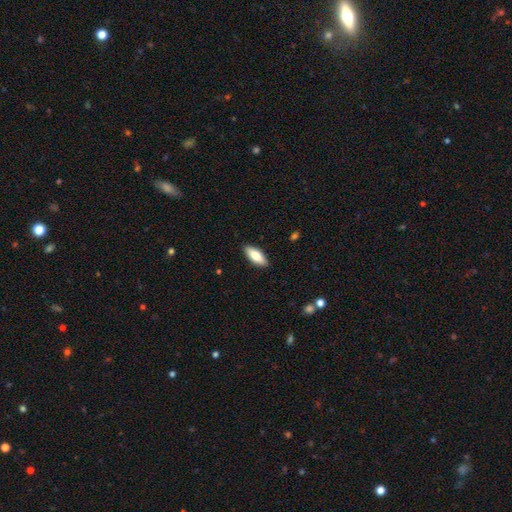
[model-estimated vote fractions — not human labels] The model was most divided on "how rounded": in between: 71%, cigar-shaped: 27%, round: 2%. More confident: merging — none (89%); smooth or featured — smooth (79%).